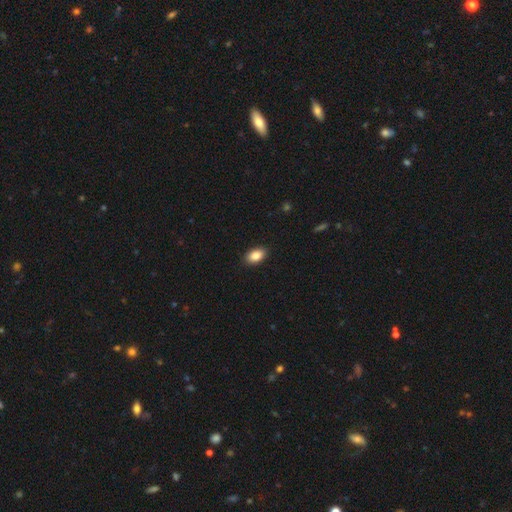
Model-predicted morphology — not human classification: Overall: smooth (86%). How rounded: in between (91%). Merging: none (90%).